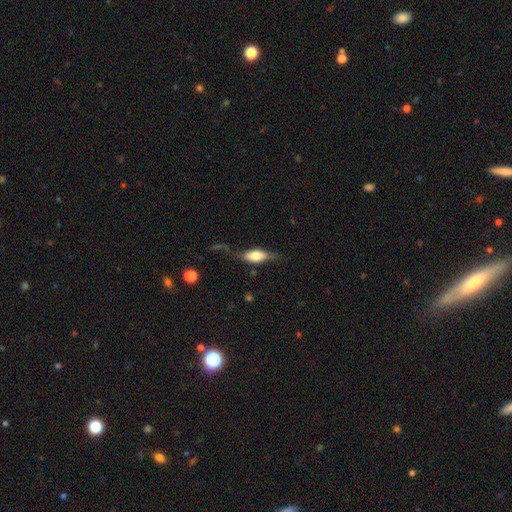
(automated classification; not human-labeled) smooth 53%, featured or disk 40%, star or artifact 7%. Down the decision tree: how rounded — in between (72%); merging — none (56%).